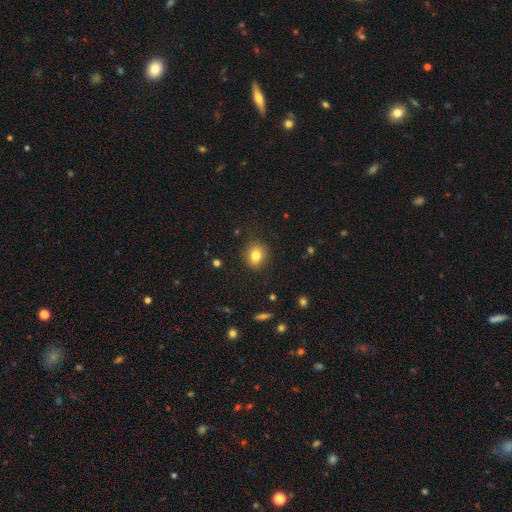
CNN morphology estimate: This is clearly a smooth galaxy (80%). How rounded: likely round (66%). Merging: clearly none (86%).